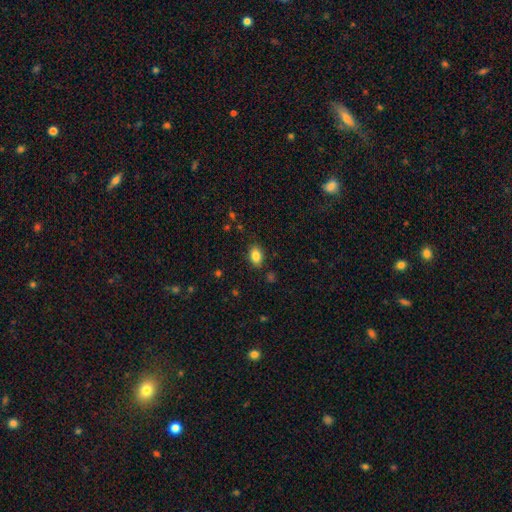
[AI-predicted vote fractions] Morphology: type=smooth (85%); roundness=in between (83%); merging=none (84%).